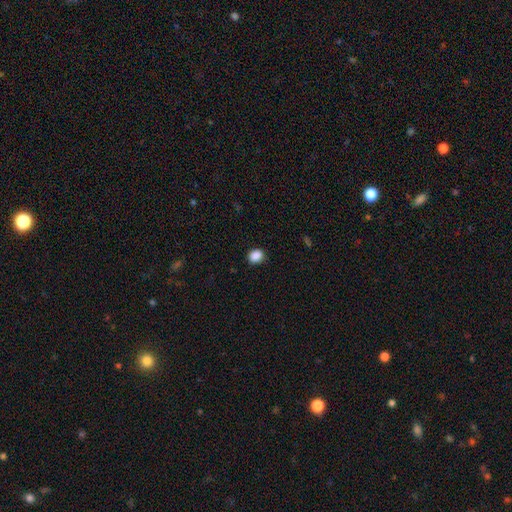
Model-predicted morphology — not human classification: Smooth or featured? smooth (88%)
How rounded? round (58%)
Merging? none (86%)